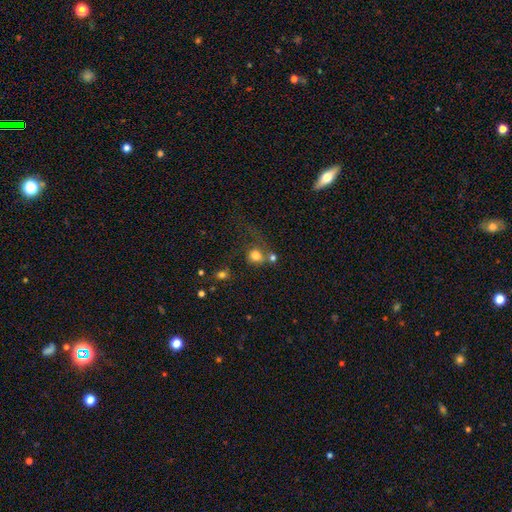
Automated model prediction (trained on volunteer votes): smooth-or-featured: smooth: 77% | star or artifact: 12% | featured or disk: 11%
  how-rounded: round: 84% | in between: 15% | cigar-shaped: 1%
  merging: none: 44% | merger: 27% | major disturbance: 17% | minor disturbance: 13%